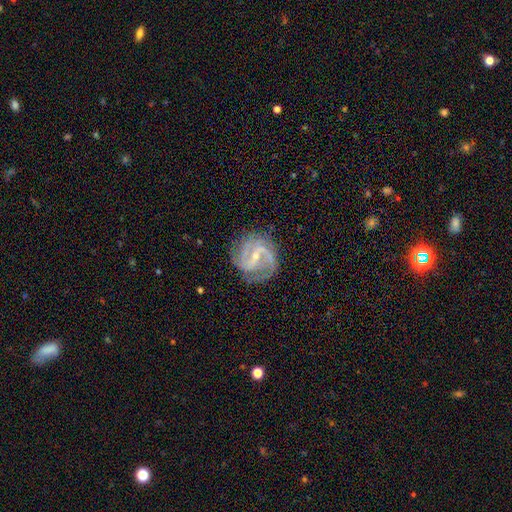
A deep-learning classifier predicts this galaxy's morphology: smooth-or-featured: featured or disk: 90% | star or artifact: 5% | smooth: 5%
  disk-edge-on: no: 98% | yes: 2%
    bar: weak: 46% | strong: 40% | no: 14%
    has-spiral-arms: yes: 98% | no: 2%
      spiral-winding: medium: 54% | tight: 30% | loose: 16%
      spiral-arm-count: 2: 56% | 3: 22% | can't tell: 9% | 4: 5% | 1: 4% | more than 4: 4%
    bulge-size: small: 68% | moderate: 27% | none: 3% | large: 1% | dominant: 1%
  merging: none: 75% | minor disturbance: 17% | major disturbance: 7% | merger: 1%